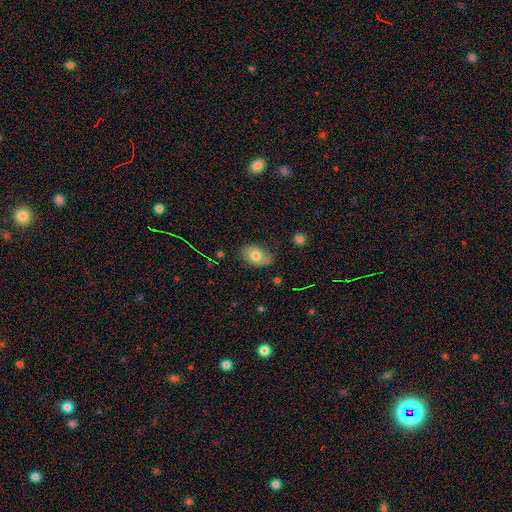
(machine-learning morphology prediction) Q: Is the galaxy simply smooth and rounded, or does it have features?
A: smooth — 72%.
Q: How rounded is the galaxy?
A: in between — 86%.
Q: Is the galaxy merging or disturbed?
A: none — 70%.